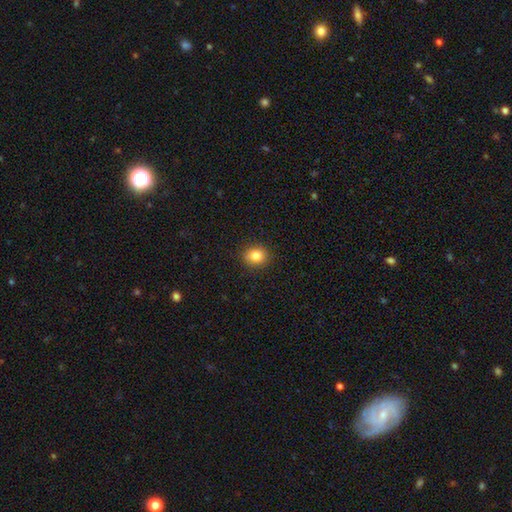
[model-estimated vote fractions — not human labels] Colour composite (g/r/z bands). It shows a smooth galaxy with no disk features (83%) that is round (71%). Merging: none (91%).